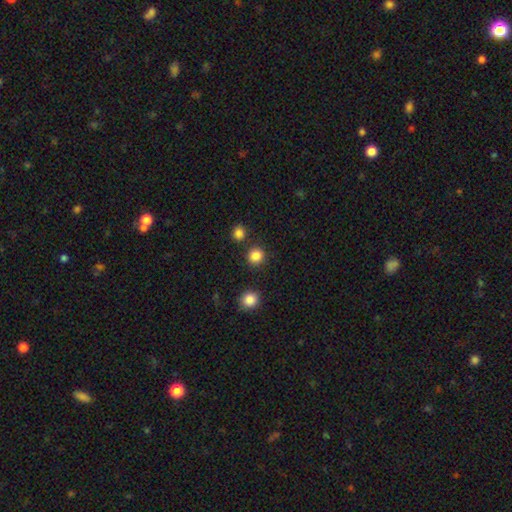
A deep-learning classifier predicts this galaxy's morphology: Smooth or featured: smooth — 85% (star or artifact — 12%)
How rounded: round — 90% (in between — 9%)
Merging: none — 86% (minor disturbance — 6%)